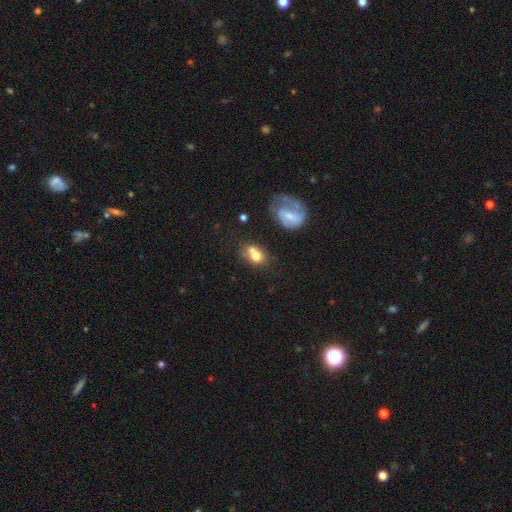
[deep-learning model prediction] A smooth galaxy with no disk features (70%) that is in between round and cigar-shaped (58%).

Vote fractions:
- Smooth or featured? smooth: 70% / featured or disk: 21% / star or artifact: 9%
- How rounded? in between: 58% / round: 40% / cigar-shaped: 2%
- Merging? merger: 46% / none: 30% / minor disturbance: 15% / major disturbance: 8%